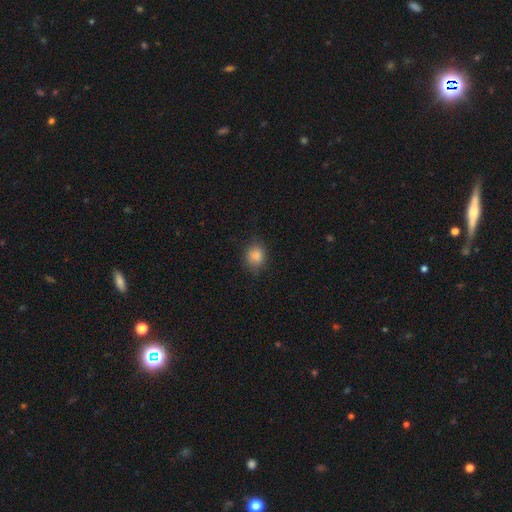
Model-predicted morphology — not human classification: Smooth or featured? smooth (85%)
How rounded? round (61%)
Merging? none (77%)